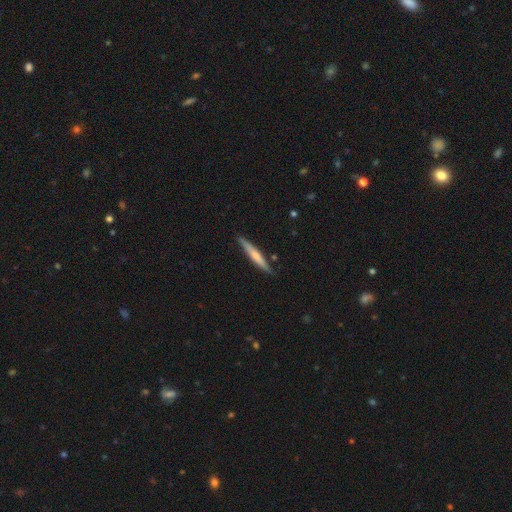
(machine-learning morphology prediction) Smooth or featured: smooth — 55% (featured or disk — 40%)
How rounded: cigar-shaped — 94% (in between — 5%)
Merging: none — 85% (minor disturbance — 11%)